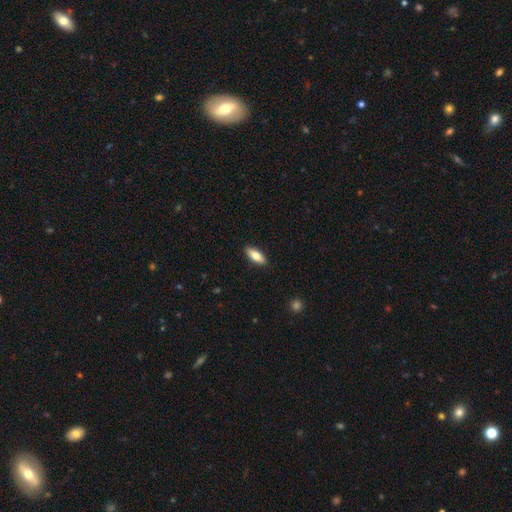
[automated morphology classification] The model was most divided on "how rounded": in between: 71%, cigar-shaped: 27%, round: 2%. More confident: merging — none (89%); smooth or featured — smooth (76%).